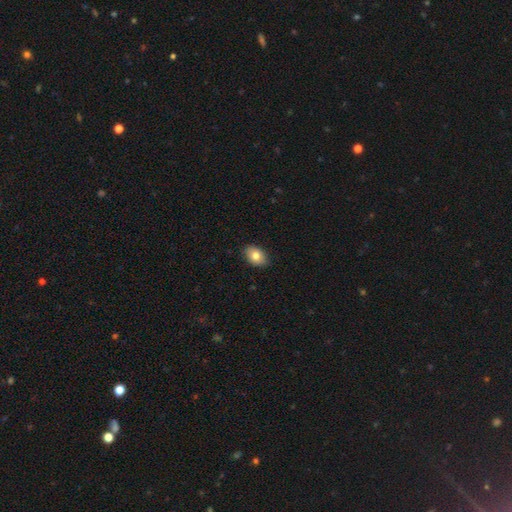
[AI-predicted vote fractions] A smooth galaxy with no disk features (78%) that is in between round and cigar-shaped (84%).

Vote fractions:
- Smooth or featured? smooth: 78% / featured or disk: 15% / star or artifact: 8%
- How rounded? in between: 84% / round: 14% / cigar-shaped: 1%
- Merging? none: 86% / minor disturbance: 11% / major disturbance: 2% / merger: 1%